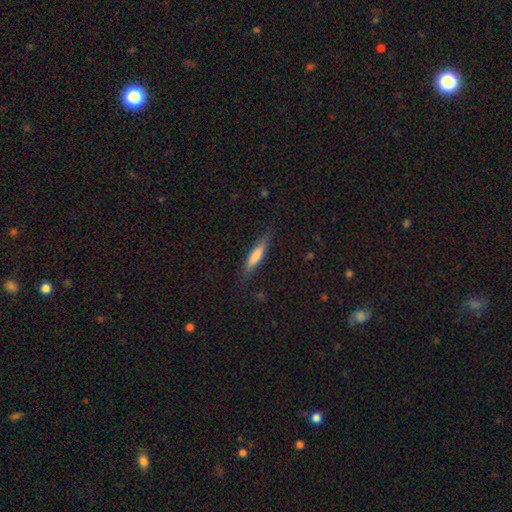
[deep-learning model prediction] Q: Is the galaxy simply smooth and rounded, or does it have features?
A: smooth — 71%.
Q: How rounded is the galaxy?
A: cigar-shaped — 82%.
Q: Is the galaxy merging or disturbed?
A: none — 79%.